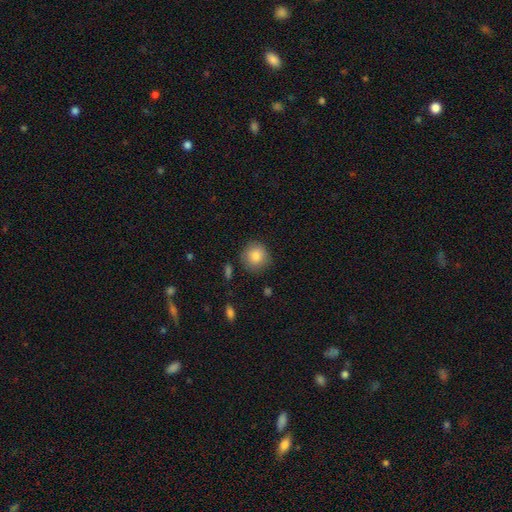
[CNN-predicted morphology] Smooth or featured?
  - smooth: 85% *
  - star or artifact: 8%
  - featured or disk: 7%
How rounded?
  - round: 91% *
  - in between: 8%
  - cigar-shaped: 1%
Merging?
  - none: 83% *
  - minor disturbance: 12%
  - major disturbance: 3%
  - merger: 2%